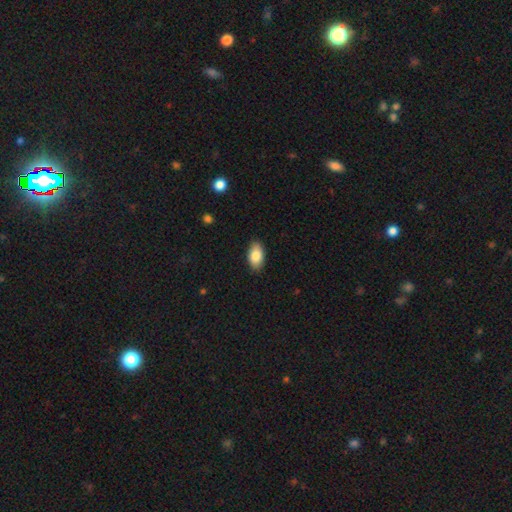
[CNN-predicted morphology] type=smooth (86%); roundness=in between (93%); merging=none (87%).